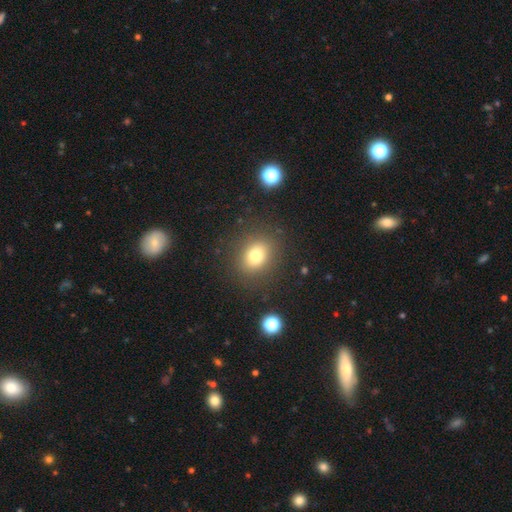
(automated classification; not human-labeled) smooth_or_featured: smooth (p=0.76) [alt: star or artifact p=0.14]
how_rounded: round (p=0.60) [alt: in between p=0.39]
merging: none (p=0.85) [alt: minor disturbance p=0.09]